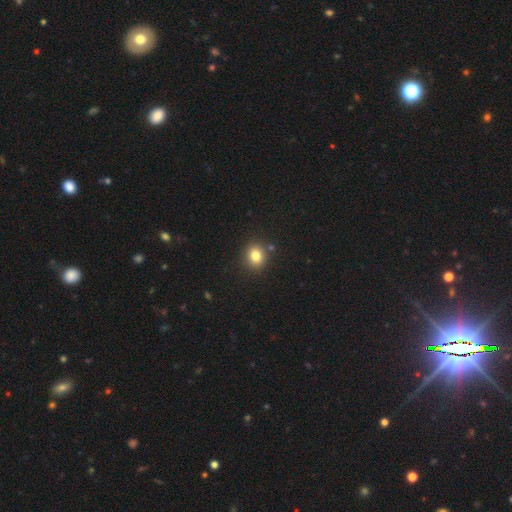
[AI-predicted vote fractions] smooth-or-featured: smooth: 81% | star or artifact: 12% | featured or disk: 7%
  how-rounded: round: 77% | in between: 22% | cigar-shaped: 1%
  merging: none: 85% | minor disturbance: 8% | merger: 4% | major disturbance: 2%